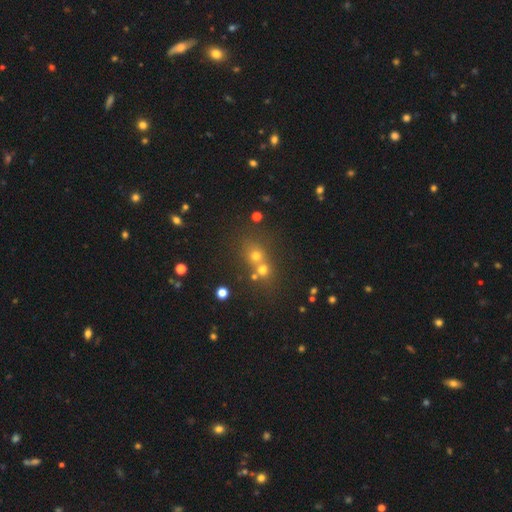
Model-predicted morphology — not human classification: Q: Smooth or featured?
A: smooth (62%); runner-up: star or artifact (23%)
Q: How rounded?
A: round (79%); runner-up: in between (20%)
Q: Merging?
A: merger (50%); runner-up: none (40%)